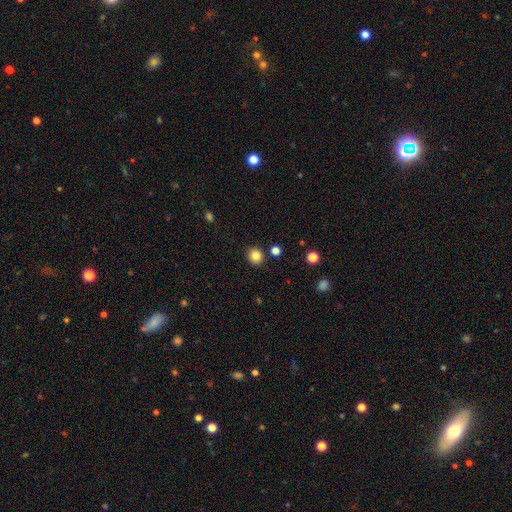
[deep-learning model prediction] Smooth or featured? smooth (83%)
How rounded? round (86%)
Merging? none (89%)